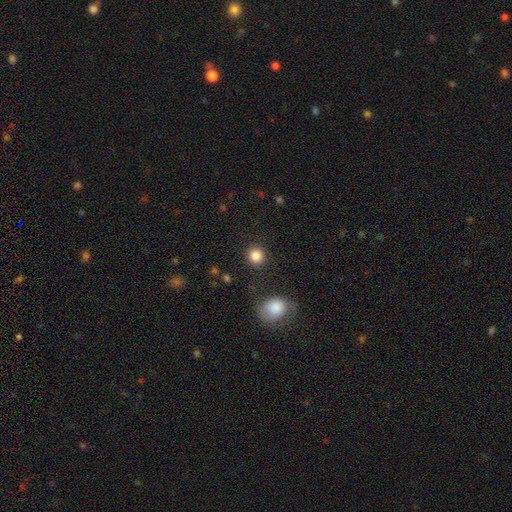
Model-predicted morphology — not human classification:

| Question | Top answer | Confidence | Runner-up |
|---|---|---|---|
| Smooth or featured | smooth | 85% | star or artifact (10%) |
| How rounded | round | 92% | in between (7%) |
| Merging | none | 89% | minor disturbance (6%) |